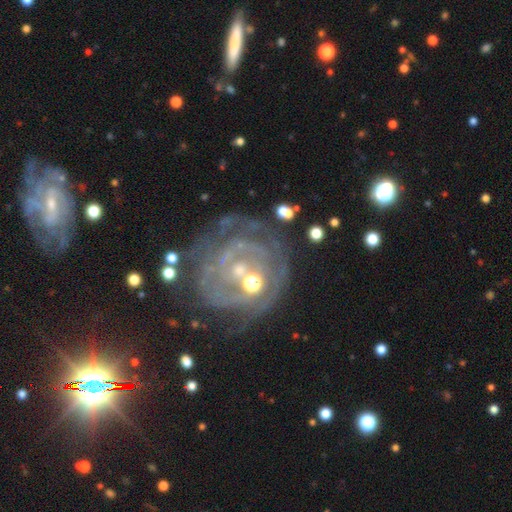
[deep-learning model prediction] featured or disk 78%, star or artifact 14%, smooth 8%. Down the decision tree: edge-on disk — no (95%); bar — weak (39%); spiral arms — yes (88%); spiral arm count — can't tell (39%); spiral winding — tight (76%); bulge size — moderate (50%); merging — none (69%).